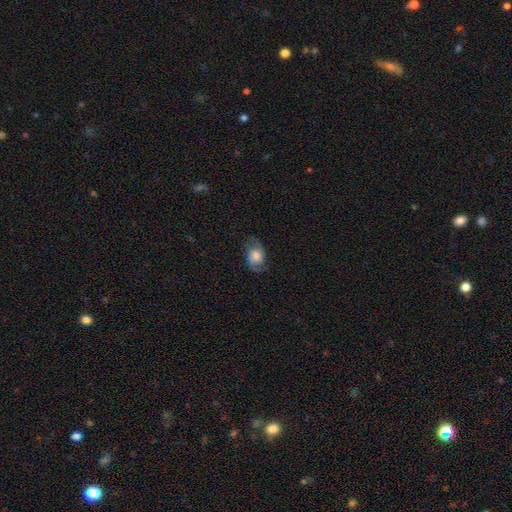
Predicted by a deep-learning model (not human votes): Smooth or featured? Predicted: featured or disk (p=0.59). Edge-on disk? Predicted: no (p=0.96). Bar? Predicted: no (p=0.71). Spiral arms? Predicted: yes (p=0.89). Spiral winding? Predicted: medium (p=0.45). Spiral arm count? Predicted: 2 (p=0.90). Bulge size? Predicted: large (p=0.38). Merging? Predicted: none (p=0.73).